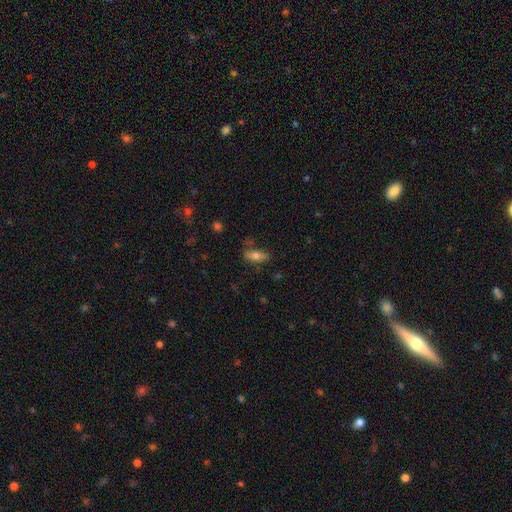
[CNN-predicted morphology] Smooth or featured? smooth (68%)
How rounded? in between (71%)
Merging? none (65%)